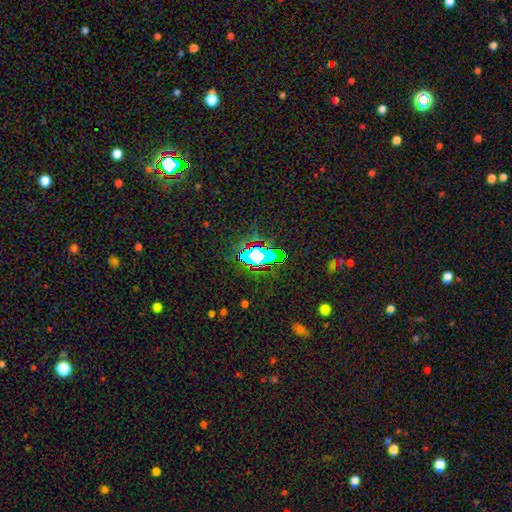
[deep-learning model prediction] The model was most divided on "smooth or featured": star or artifact: 58%, smooth: 28%, featured or disk: 14%.